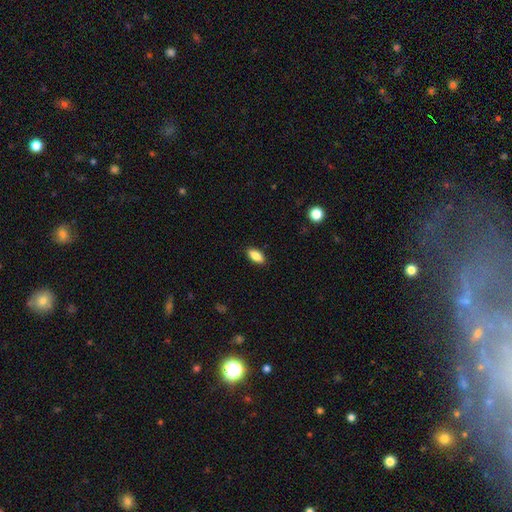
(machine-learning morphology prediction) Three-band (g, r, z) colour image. It shows a smooth galaxy with no disk features (86%) that is in between round and cigar-shaped (87%). Merging: none (89%).